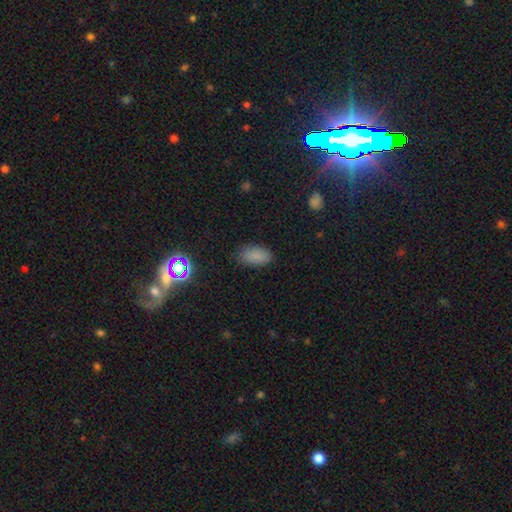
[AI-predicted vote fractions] This is clearly a smooth galaxy (81%). How rounded: clearly in between (92%). Merging: clearly none (81%).